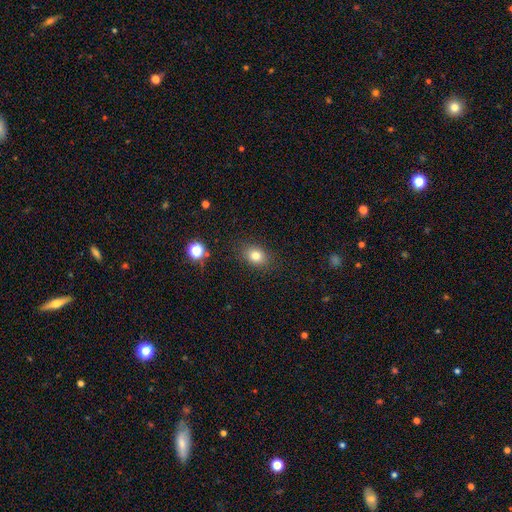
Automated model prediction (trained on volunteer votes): A smooth galaxy with no disk features (80%) that is in between round and cigar-shaped (55%).

Vote fractions:
- Smooth or featured? smooth: 80% / star or artifact: 12% / featured or disk: 8%
- How rounded? in between: 55% / round: 44% / cigar-shaped: 1%
- Merging? none: 86% / minor disturbance: 10% / major disturbance: 3% / merger: 1%